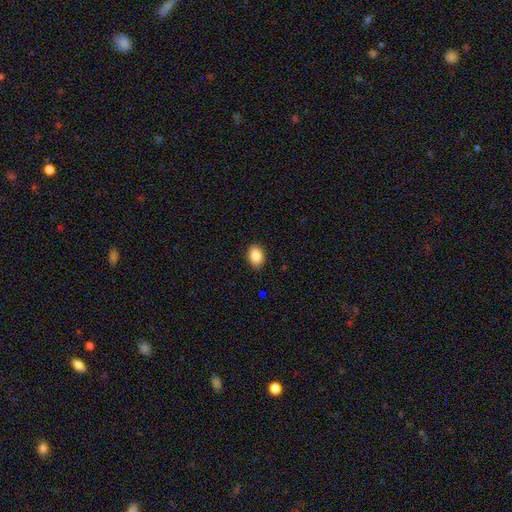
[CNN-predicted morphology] smooth-or-featured: smooth: 87% | star or artifact: 8% | featured or disk: 4%
  how-rounded: in between: 74% | round: 24% | cigar-shaped: 1%
  merging: none: 88% | minor disturbance: 9% | major disturbance: 2% | merger: 1%